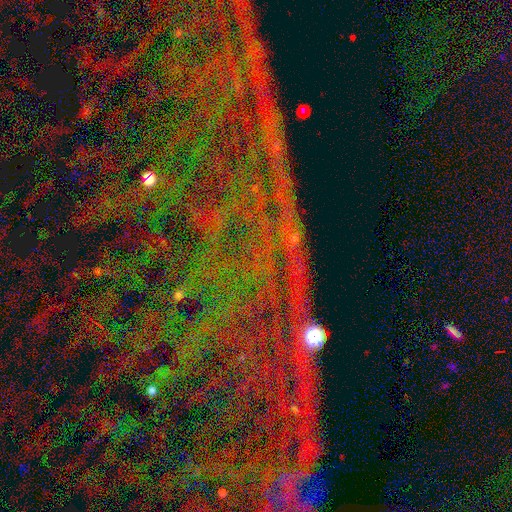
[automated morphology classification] A star or artifact, not a galaxy (82%).

Vote fractions:
- Smooth or featured? star or artifact: 82% / featured or disk: 10% / smooth: 8%